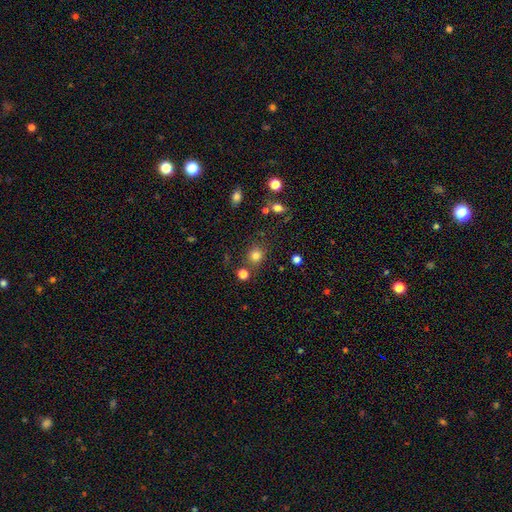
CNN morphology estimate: This appears to be a smooth galaxy with no disk features (80%) that is round (82%). Merging: none (76%).